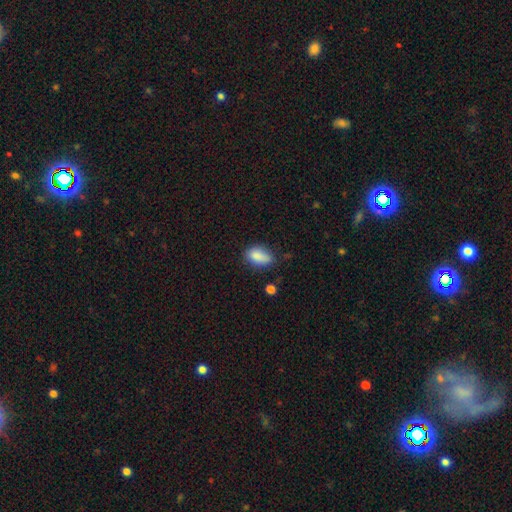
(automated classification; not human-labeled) Morphology: type=smooth (84%); roundness=in between (88%); merging=none (58%).